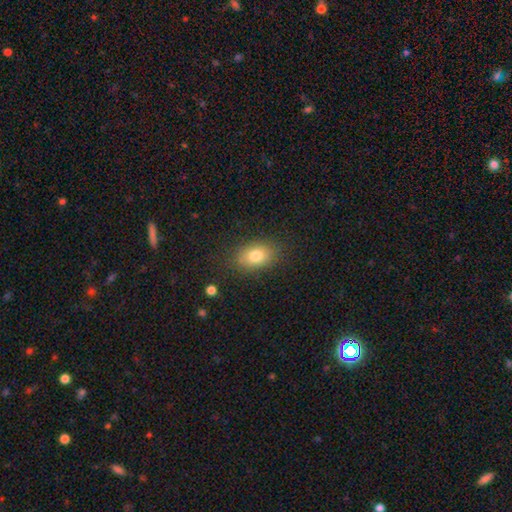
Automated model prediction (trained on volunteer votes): Q: Smooth or featured?
A: smooth (79%); runner-up: featured or disk (12%)
Q: How rounded?
A: in between (83%); runner-up: round (16%)
Q: Merging?
A: none (83%); runner-up: minor disturbance (12%)